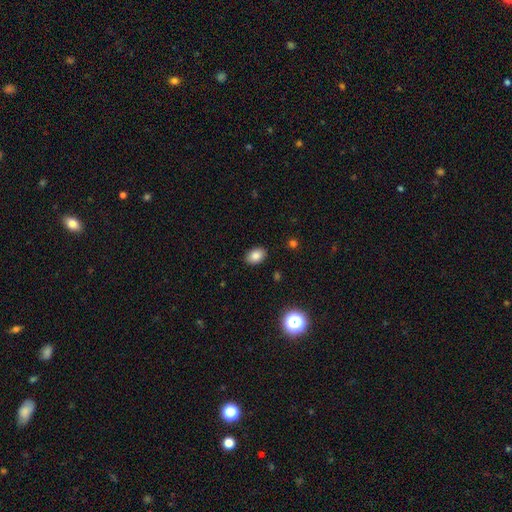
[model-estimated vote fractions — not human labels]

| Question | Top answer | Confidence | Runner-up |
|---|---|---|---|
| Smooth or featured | smooth | 84% | star or artifact (10%) |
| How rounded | in between | 81% | round (18%) |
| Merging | none | 88% | minor disturbance (8%) |